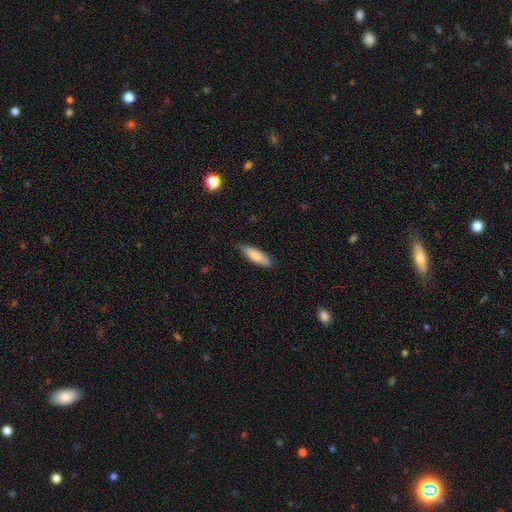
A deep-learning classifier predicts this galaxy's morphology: Smooth or featured?
  - smooth: 80% *
  - featured or disk: 14%
  - star or artifact: 6%
How rounded?
  - cigar-shaped: 64% *
  - in between: 35%
  - round: 2%
Merging?
  - none: 81% *
  - minor disturbance: 16%
  - major disturbance: 2%
  - merger: 1%